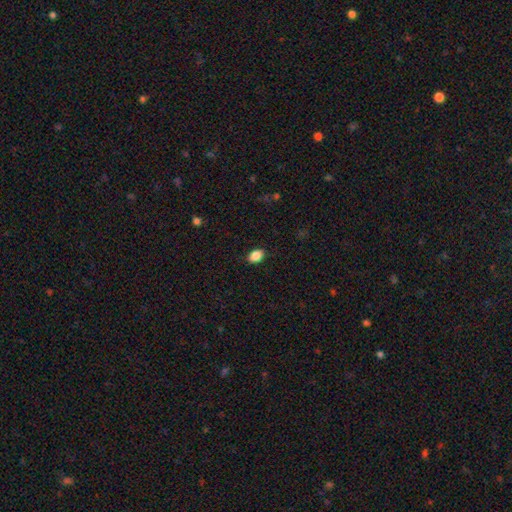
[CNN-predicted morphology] This is clearly a smooth galaxy (88%). How rounded: clearly in between (83%). Merging: clearly none (87%).